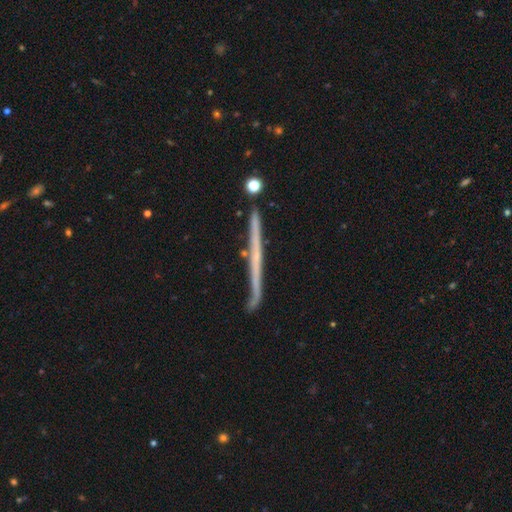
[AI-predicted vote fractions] A featured or disk galaxy (63%) viewed edge-on (97%) with no central bulge (84%). Merging: none (85%).